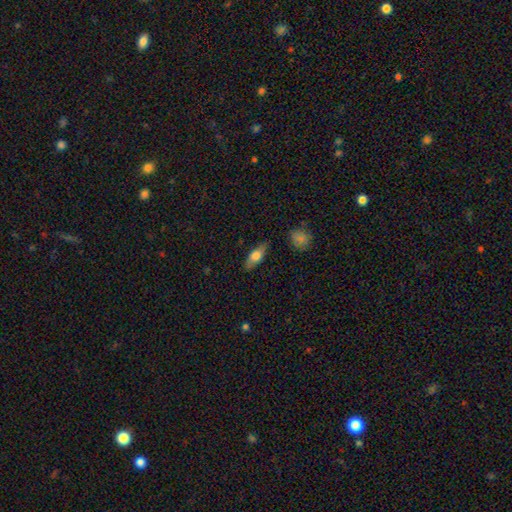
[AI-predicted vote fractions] smooth-or-featured: smooth: 69% | featured or disk: 25% | star or artifact: 7%
  how-rounded: in between: 73% | cigar-shaped: 23% | round: 4%
  merging: none: 82% | minor disturbance: 13% | major disturbance: 3% | merger: 2%